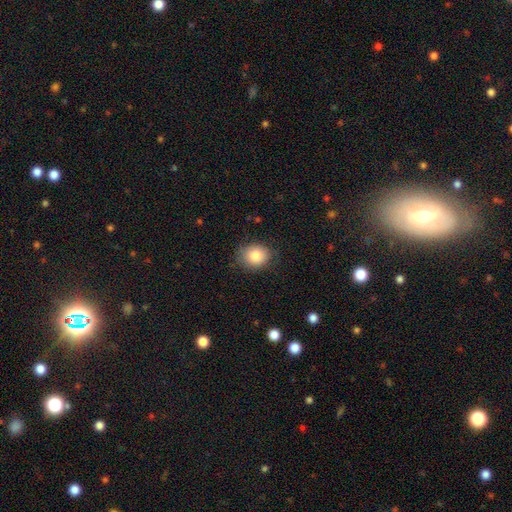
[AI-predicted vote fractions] A smooth galaxy with no disk features (83%) that is round (64%). Merging: none (79%).